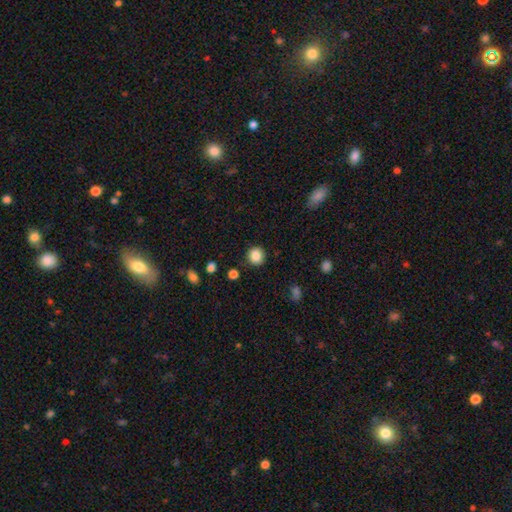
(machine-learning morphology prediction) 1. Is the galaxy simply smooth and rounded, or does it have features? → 86% smooth, 10% star or artifact, 4% featured or disk.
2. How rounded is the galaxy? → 90% round, 9% in between, 1% cigar-shaped.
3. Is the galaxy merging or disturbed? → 88% none, 8% minor disturbance, 2% major disturbance, 2% merger.